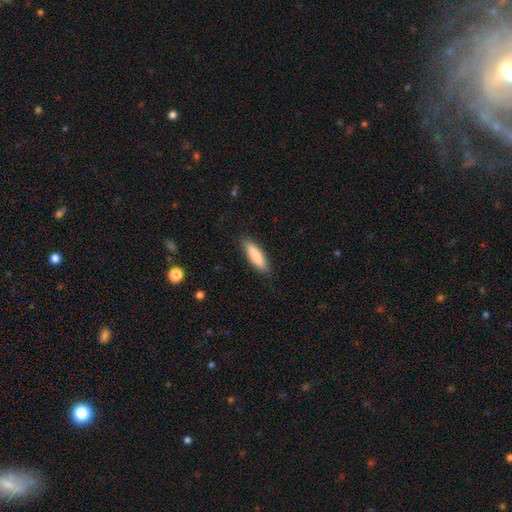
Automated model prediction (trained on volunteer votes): smooth 83%, featured or disk 11%, star or artifact 5%. Down the decision tree: how rounded — cigar-shaped (59%); merging — none (86%).